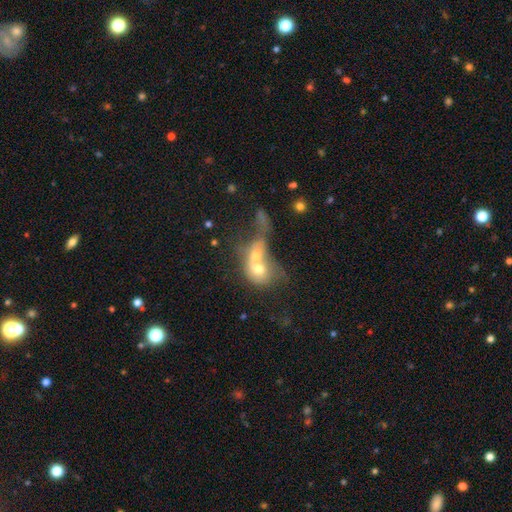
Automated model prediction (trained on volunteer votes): Smooth or featured?
  - smooth: 56% *
  - featured or disk: 34%
  - star or artifact: 10%
How rounded?
  - in between: 54% *
  - round: 43%
  - cigar-shaped: 3%
Merging?
  - merger: 80% *
  - major disturbance: 9%
  - none: 7%
  - minor disturbance: 4%